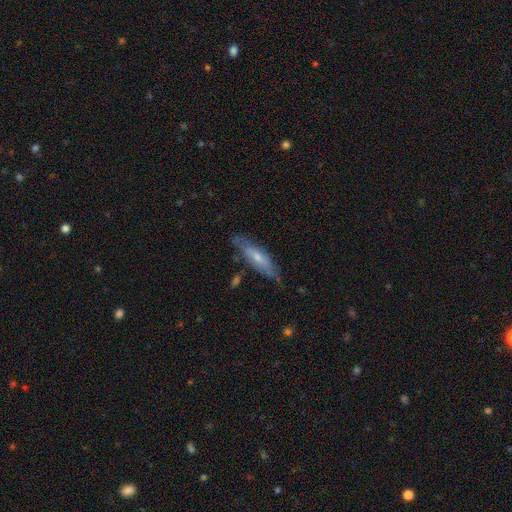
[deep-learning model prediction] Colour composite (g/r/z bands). It shows a featured or disk galaxy (55%) viewed edge-on (57%). Merging: none (74%).